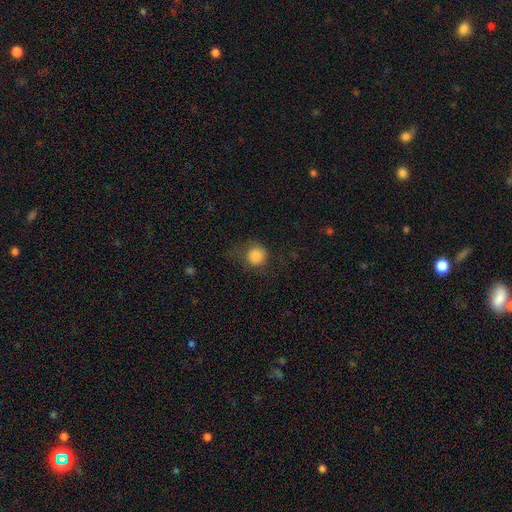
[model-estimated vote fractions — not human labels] This is clearly a smooth galaxy (85%). How rounded: clearly round (91%). Merging: likely none (67%).